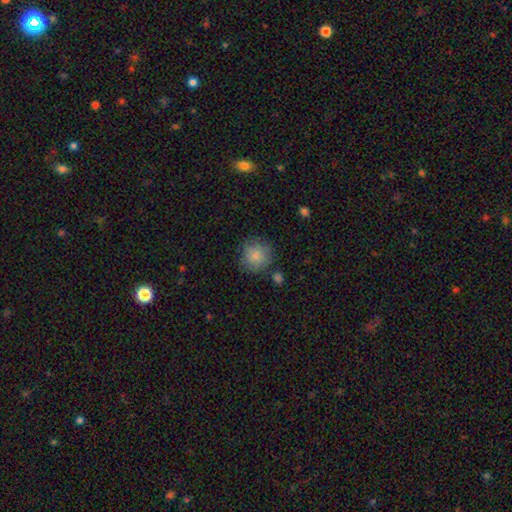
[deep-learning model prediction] This appears to be a smooth galaxy with no disk features (85%) that is round (90%). Merging: none (77%).